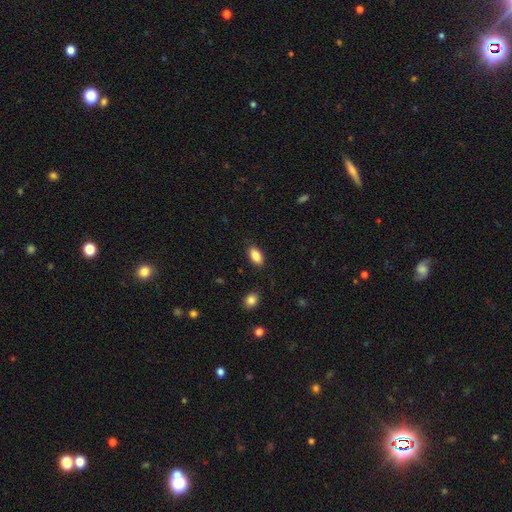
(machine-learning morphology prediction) Q: Smooth or featured?
A: smooth (85%); runner-up: star or artifact (8%)
Q: How rounded?
A: in between (91%); runner-up: cigar-shaped (5%)
Q: Merging?
A: none (87%); runner-up: minor disturbance (10%)